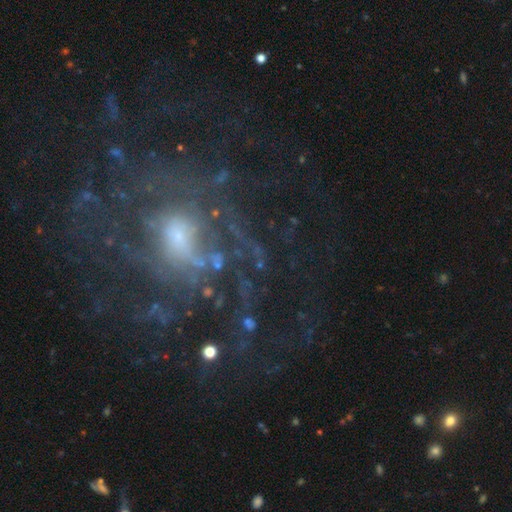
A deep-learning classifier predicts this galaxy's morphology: This appears to be a featured or disk galaxy (74%) with no bar (62%), tight (39%) spiral arms (79%) and a small central bulge (51%). Merging: none (59%).